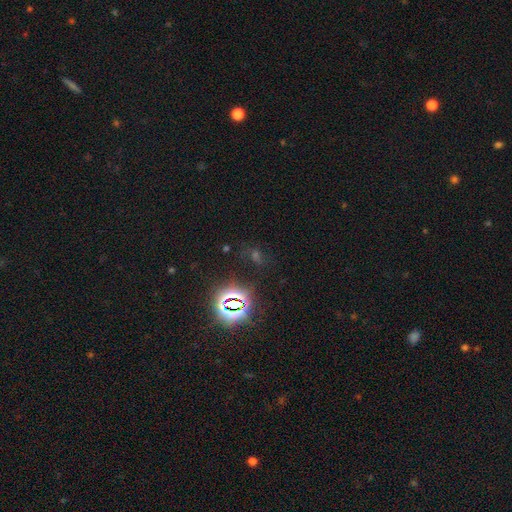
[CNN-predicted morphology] type=star or artifact (67%).